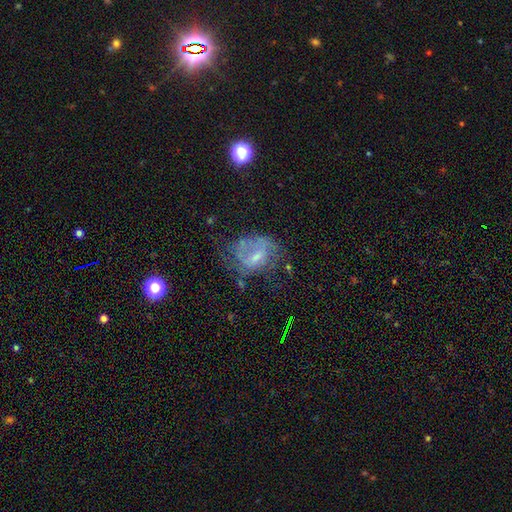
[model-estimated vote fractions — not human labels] Q: Smooth or featured?
A: featured or disk (58%); runner-up: smooth (29%)
Q: Edge-on disk?
A: no (96%); runner-up: yes (4%)
Q: Bar?
A: weak (46%); runner-up: no (42%)
Q: Spiral arms?
A: yes (55%); runner-up: no (45%)
Q: Bulge size?
A: small (47%); runner-up: moderate (34%)
Q: Merging?
A: none (41%); runner-up: major disturbance (30%)